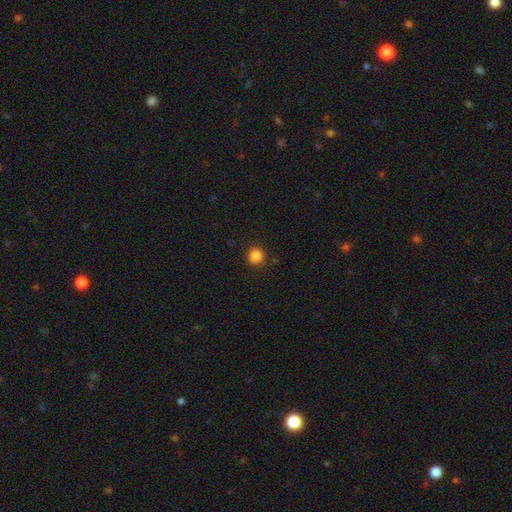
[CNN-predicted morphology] A smooth galaxy with no disk features (85%) that is round (92%). Merging: none (87%).